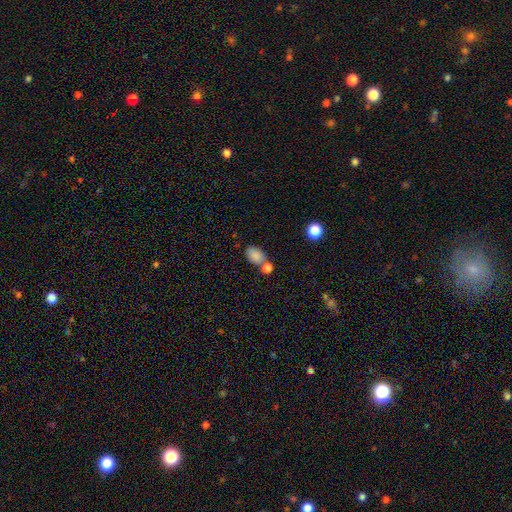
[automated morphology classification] Smooth or featured? Predicted: smooth (p=0.84). How rounded? Predicted: in between (p=0.86). Merging? Predicted: none (p=0.49).